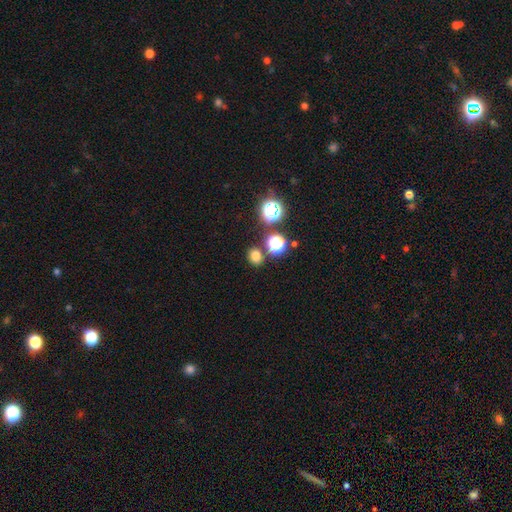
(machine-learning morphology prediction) Smooth or featured?
  - smooth: 72% *
  - star or artifact: 23%
  - featured or disk: 6%
How rounded?
  - round: 70% *
  - in between: 29%
  - cigar-shaped: 1%
Merging?
  - none: 81% *
  - merger: 8%
  - minor disturbance: 8%
  - major disturbance: 3%